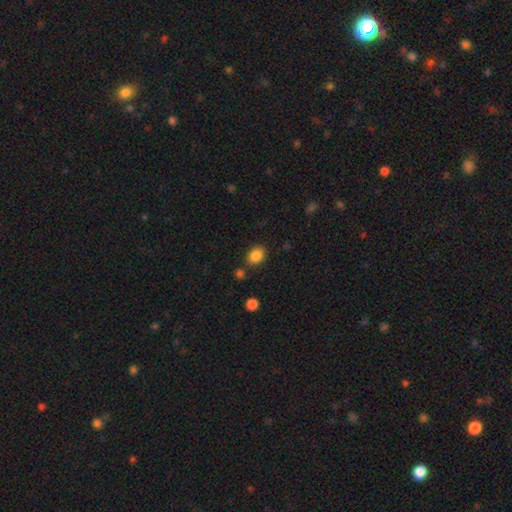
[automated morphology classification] Smooth or featured?
  - smooth: 86% *
  - star or artifact: 9%
  - featured or disk: 5%
How rounded?
  - in between: 61% *
  - round: 38%
  - cigar-shaped: 1%
Merging?
  - none: 80% *
  - minor disturbance: 11%
  - merger: 6%
  - major disturbance: 3%